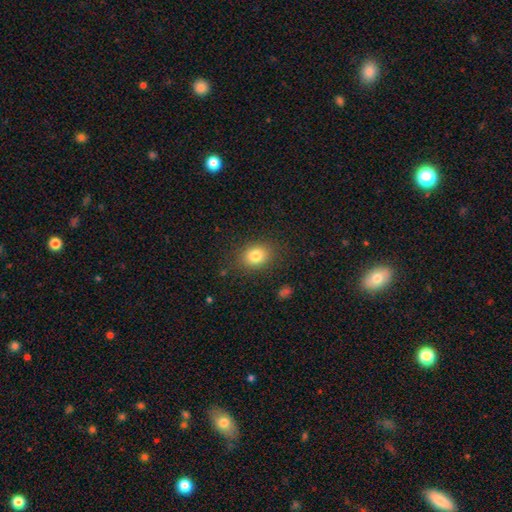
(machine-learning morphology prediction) Smooth or featured? Predicted: smooth (p=0.81). How rounded? Predicted: in between (p=0.54). Merging? Predicted: none (p=0.84).